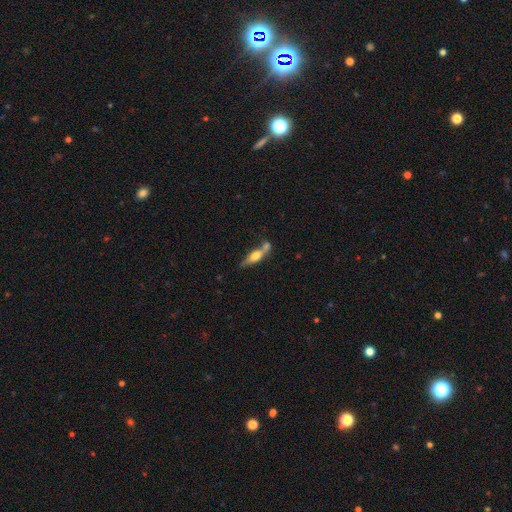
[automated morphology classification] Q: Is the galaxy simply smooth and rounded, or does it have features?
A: featured or disk — 50%.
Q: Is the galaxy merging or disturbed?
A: none — 47%.